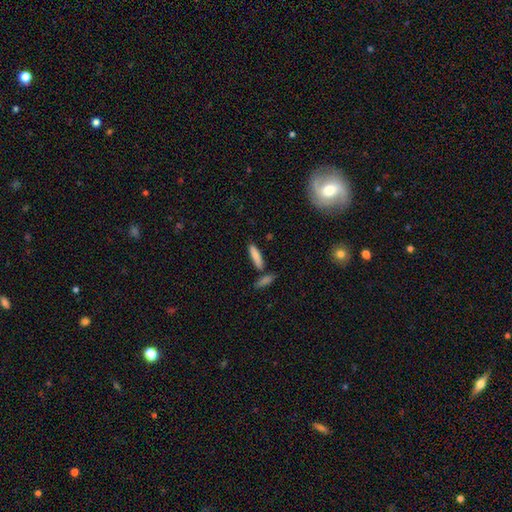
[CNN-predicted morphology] Smooth or featured? smooth (83%)
How rounded? cigar-shaped (71%)
Merging? none (70%)